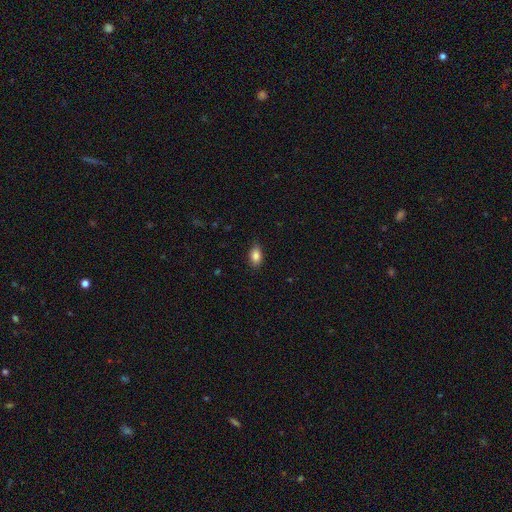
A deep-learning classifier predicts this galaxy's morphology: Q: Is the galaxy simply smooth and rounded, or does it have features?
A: smooth — 86%.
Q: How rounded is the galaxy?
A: in between — 88%.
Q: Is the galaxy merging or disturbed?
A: none — 82%.